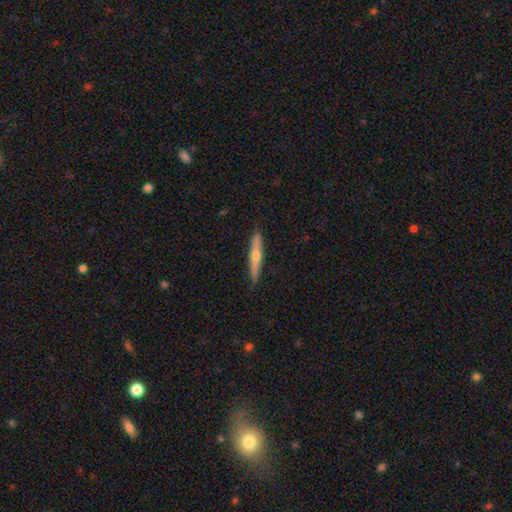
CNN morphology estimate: The model was most divided on "smooth or featured": featured or disk: 59%, smooth: 35%, star or artifact: 6%. More confident: edge-on disk — yes (96%); merging — none (90%); edge-on bulge — rounded (87%).